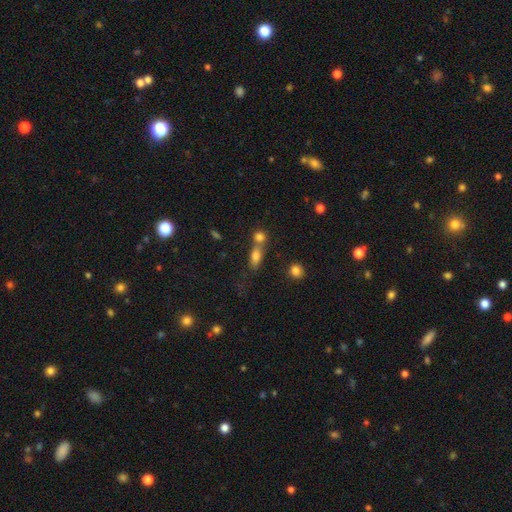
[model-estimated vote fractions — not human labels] This appears to be a smooth galaxy with no disk features (76%) that is in between round and cigar-shaped (64%). Merging: merger (47%).